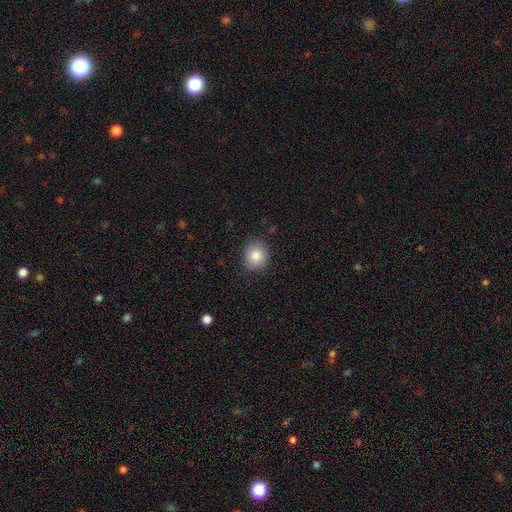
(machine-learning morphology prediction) A smooth galaxy with no disk features (85%) that is round (70%). Merging: none (86%).